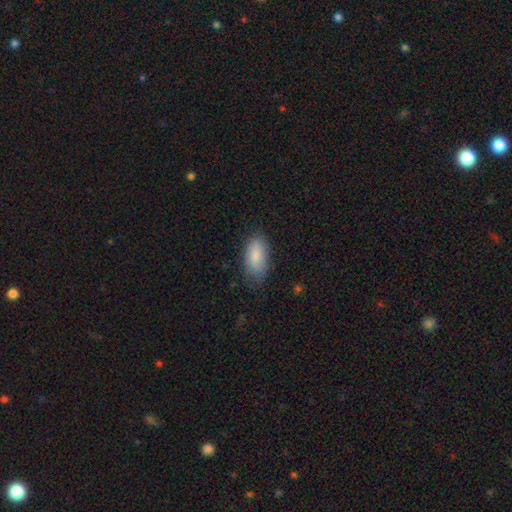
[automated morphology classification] Smooth or featured? Predicted: smooth (p=0.84). How rounded? Predicted: in between (p=0.92). Merging? Predicted: none (p=0.75).